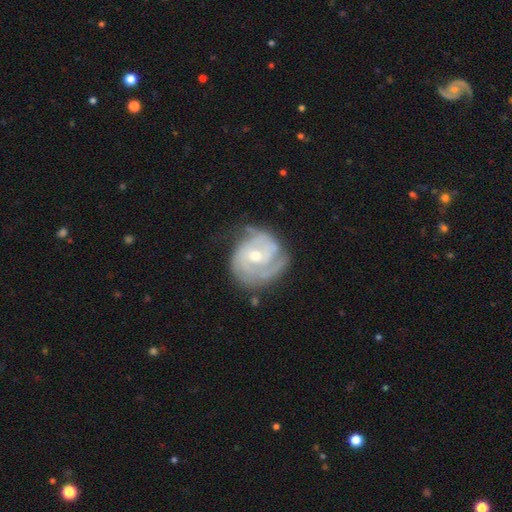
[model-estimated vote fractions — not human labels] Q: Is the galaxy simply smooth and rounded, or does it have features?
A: featured or disk — 87%.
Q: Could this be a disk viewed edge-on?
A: no — 98%.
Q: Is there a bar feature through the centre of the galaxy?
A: no — 57%.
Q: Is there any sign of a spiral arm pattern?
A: yes — 96%.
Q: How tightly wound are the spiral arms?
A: tight — 67%.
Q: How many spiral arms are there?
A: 2 — 37%.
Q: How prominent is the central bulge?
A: moderate — 60%.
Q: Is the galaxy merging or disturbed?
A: none — 66%.